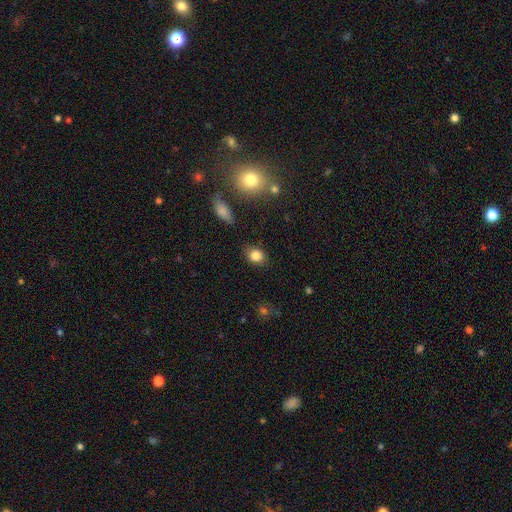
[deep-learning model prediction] This appears to be a smooth galaxy with no disk features (84%) that is round (50%). Merging: none (81%).